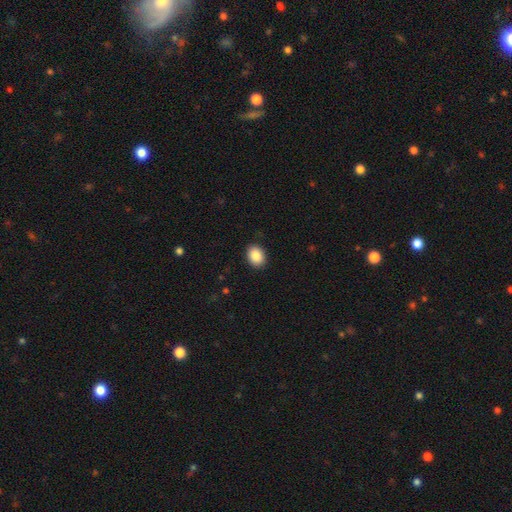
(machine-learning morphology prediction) Overall: smooth (87%). How rounded: in between (62%; round 37%). Merging: none (91%).